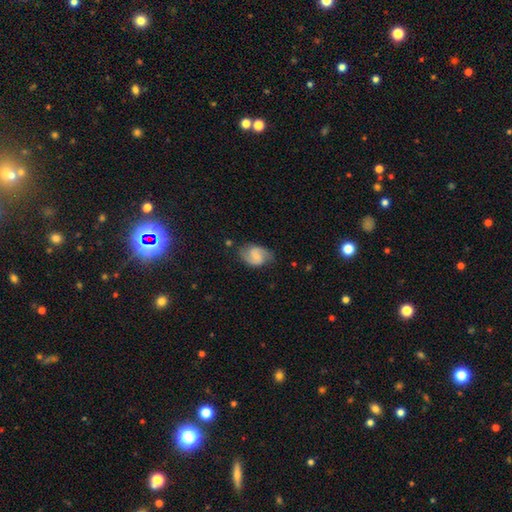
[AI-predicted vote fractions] This is likely a featured or disk galaxy (67%). It is clearly not viewed edge-on (98%). Bar: possibly weak (51%). Spiral arm pattern: clearly yes (94%). Spiral arm count: clearly 2 (89%). Spiral winding: possibly medium (50%). Central bulge: marginally small (44%). Merging: likely none (72%).